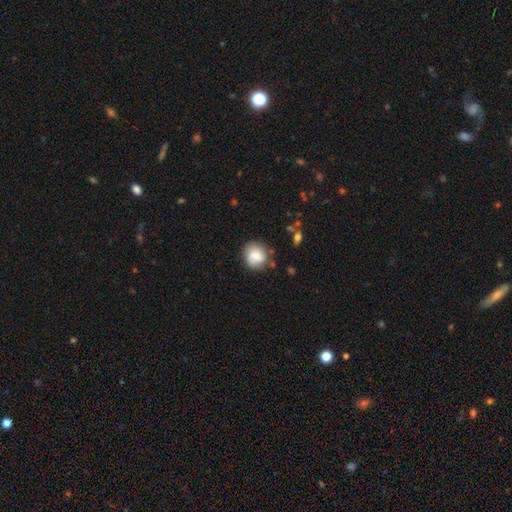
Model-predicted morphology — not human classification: Smooth or featured: smooth — 65% (featured or disk — 27%)
How rounded: round — 81% (in between — 18%)
Merging: none — 73% (minor disturbance — 18%)